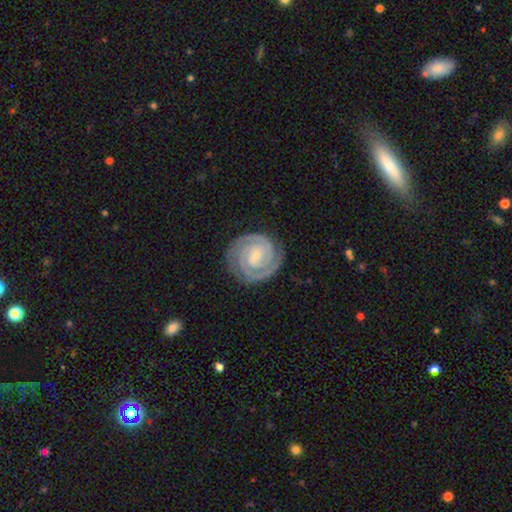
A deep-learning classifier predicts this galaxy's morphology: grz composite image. It shows a featured or disk galaxy (91%) with no bar (44%), 2 (83%) tight (82%) spiral arms (99%) and a small central bulge (71%). Merging: none (85%).